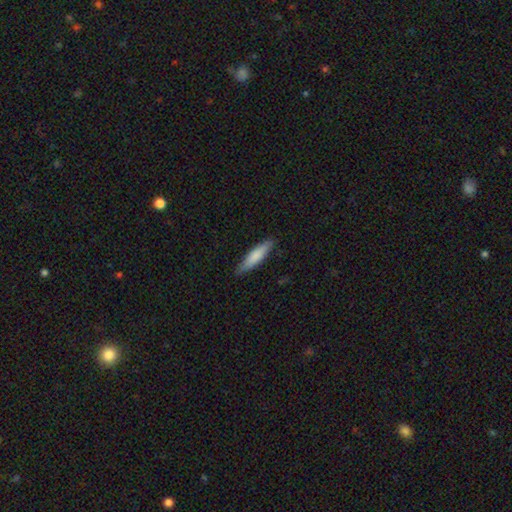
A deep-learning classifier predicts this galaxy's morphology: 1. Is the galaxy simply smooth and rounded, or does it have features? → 74% smooth, 21% featured or disk, 5% star or artifact.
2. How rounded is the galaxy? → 78% cigar-shaped, 20% in between, 1% round.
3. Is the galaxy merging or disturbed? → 85% none, 12% minor disturbance, 2% major disturbance, 1% merger.